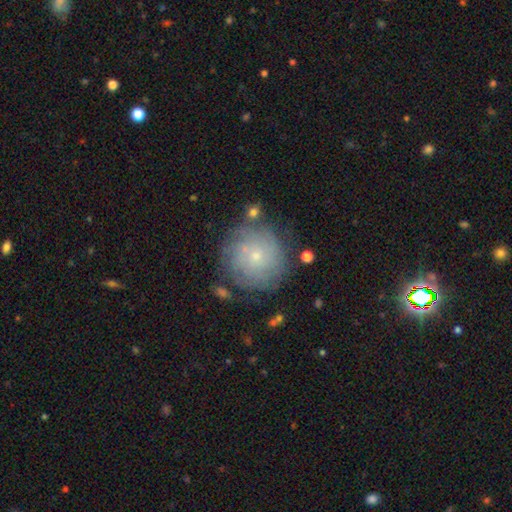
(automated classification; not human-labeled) This appears to be a featured or disk galaxy (48%). Merging: none (76%).